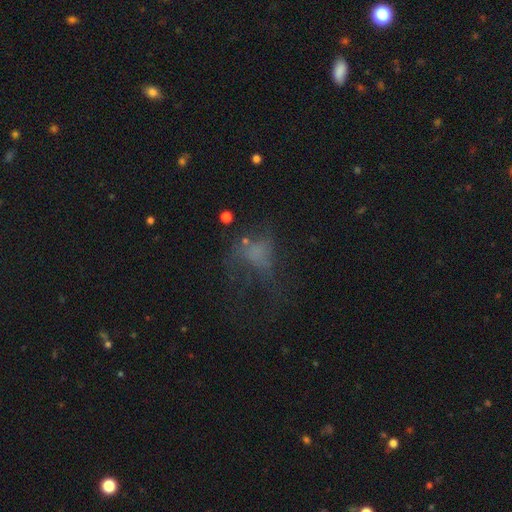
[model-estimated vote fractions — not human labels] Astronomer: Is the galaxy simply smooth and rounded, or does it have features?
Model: smooth — 37% (runner-up: featured or disk, 33%).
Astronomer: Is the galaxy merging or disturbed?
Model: major disturbance — 44% (runner-up: none, 34%).